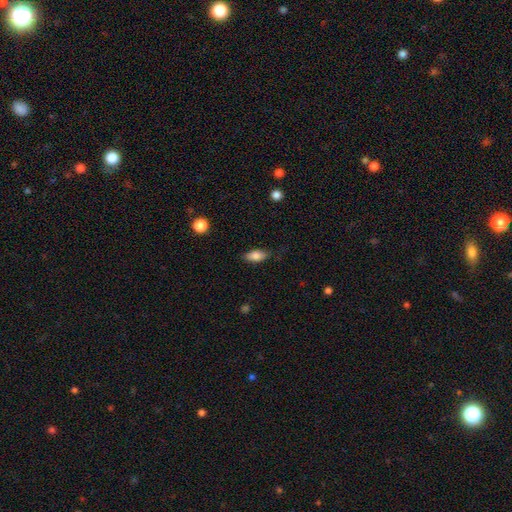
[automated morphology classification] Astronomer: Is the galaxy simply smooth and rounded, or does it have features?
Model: smooth — 83%.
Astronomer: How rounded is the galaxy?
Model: in between — 87%.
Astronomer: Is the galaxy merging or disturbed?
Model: none — 80%.